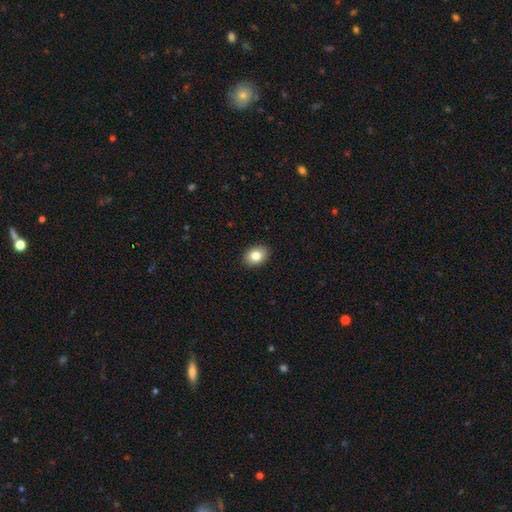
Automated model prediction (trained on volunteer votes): A smooth galaxy with no disk features (83%) that is in between round and cigar-shaped (65%).

Vote fractions:
- Smooth or featured? smooth: 83% / star or artifact: 9% / featured or disk: 8%
- How rounded? in between: 65% / round: 34% / cigar-shaped: 1%
- Merging? none: 90% / minor disturbance: 7% / major disturbance: 2% / merger: 1%